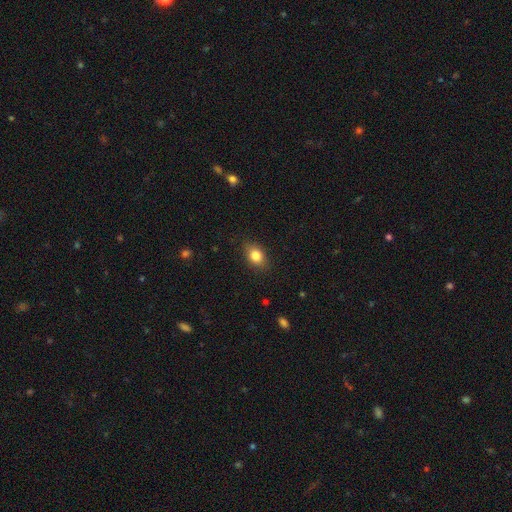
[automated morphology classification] A smooth galaxy with no disk features (84%) that is in between round and cigar-shaped (70%). Merging: none (84%).